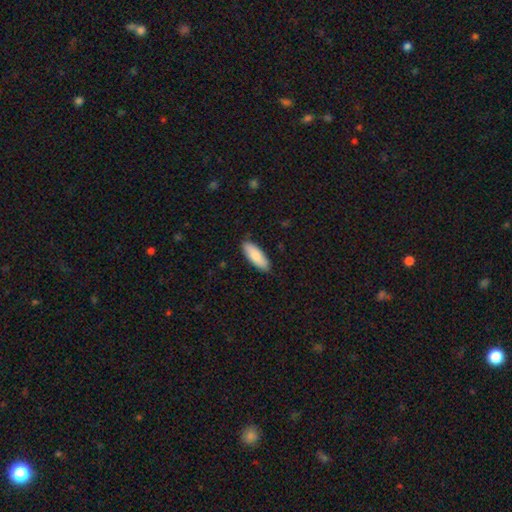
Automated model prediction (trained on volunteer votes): This is clearly a smooth galaxy (84%). How rounded: likely in between (70%). Merging: clearly none (88%).